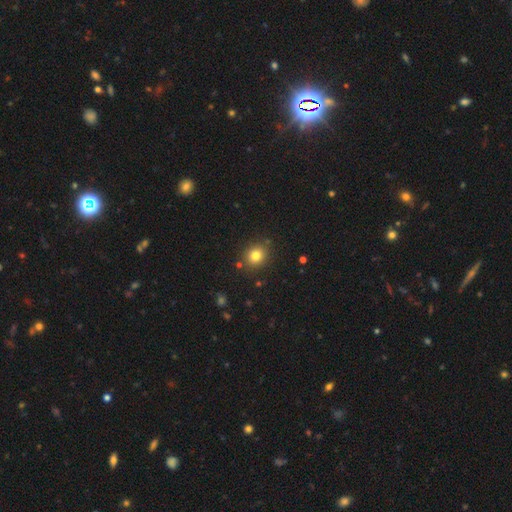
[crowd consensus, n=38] A smooth galaxy with no disk features (92%) that is round (80%). Merging: none (77%).